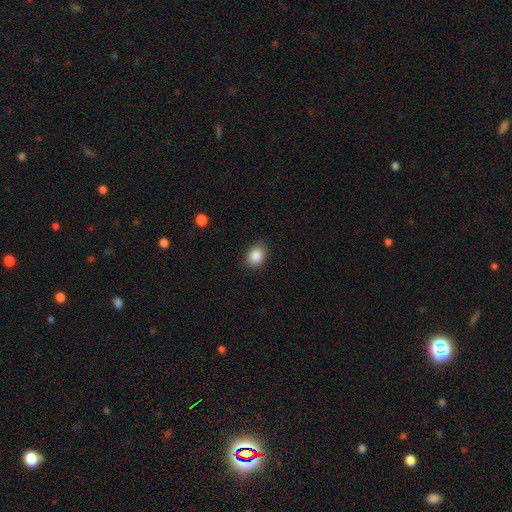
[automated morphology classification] type=smooth (87%); roundness=in between (59%); merging=none (85%).